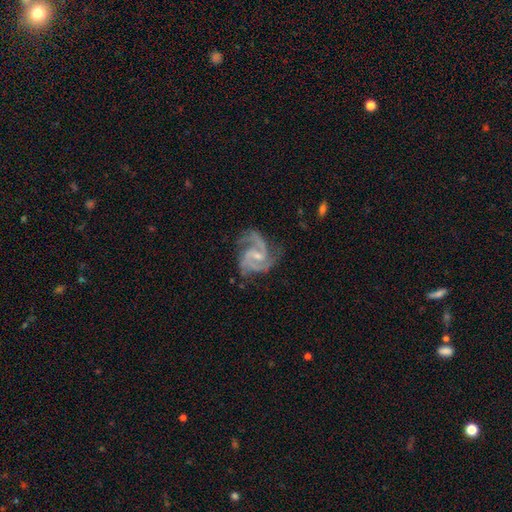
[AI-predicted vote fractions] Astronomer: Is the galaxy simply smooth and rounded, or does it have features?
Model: featured or disk — 93%.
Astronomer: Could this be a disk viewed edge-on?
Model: no — 98%.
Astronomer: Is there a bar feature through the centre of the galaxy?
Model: weak — 50% (runner-up: no, 36%).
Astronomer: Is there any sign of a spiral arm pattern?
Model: yes — 98%.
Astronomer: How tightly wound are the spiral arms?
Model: medium — 61%.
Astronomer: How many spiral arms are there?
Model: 2 — 50% (runner-up: 3, 36%).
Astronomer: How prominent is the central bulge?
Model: small — 61%.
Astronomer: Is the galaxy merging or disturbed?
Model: none — 65%.